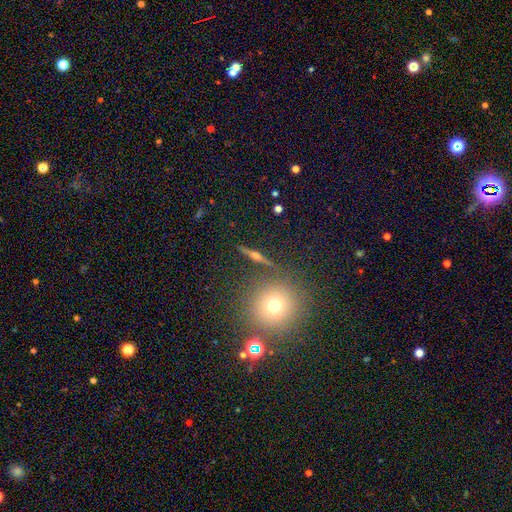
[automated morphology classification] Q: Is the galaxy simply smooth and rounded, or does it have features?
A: featured or disk — 49%.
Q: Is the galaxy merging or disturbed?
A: none — 87%.